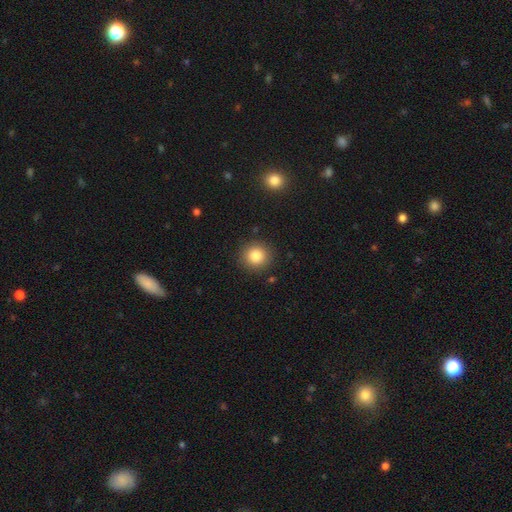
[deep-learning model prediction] smooth-or-featured: smooth: 83% | star or artifact: 11% | featured or disk: 6%
  how-rounded: round: 92% | in between: 7% | cigar-shaped: 1%
  merging: none: 89% | minor disturbance: 7% | major disturbance: 2% | merger: 2%